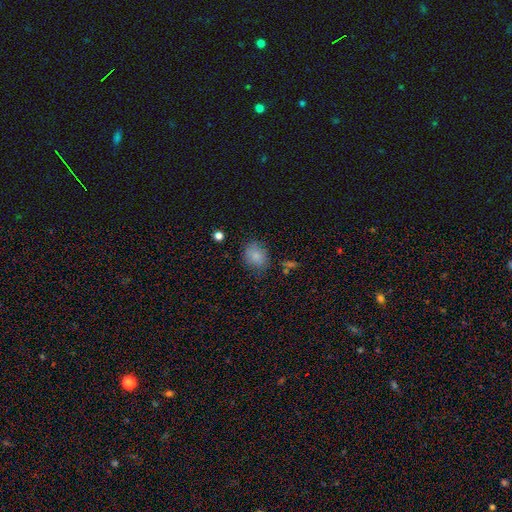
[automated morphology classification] type=smooth (82%); roundness=round (52%); merging=none (75%).